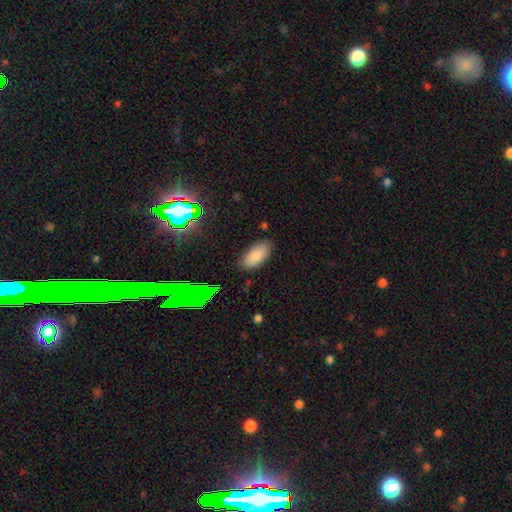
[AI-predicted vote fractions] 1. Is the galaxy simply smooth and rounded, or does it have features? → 81% smooth, 9% featured or disk, 9% star or artifact.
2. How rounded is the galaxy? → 92% in between, 5% cigar-shaped, 3% round.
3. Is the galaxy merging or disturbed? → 82% none, 13% minor disturbance, 3% major disturbance, 2% merger.